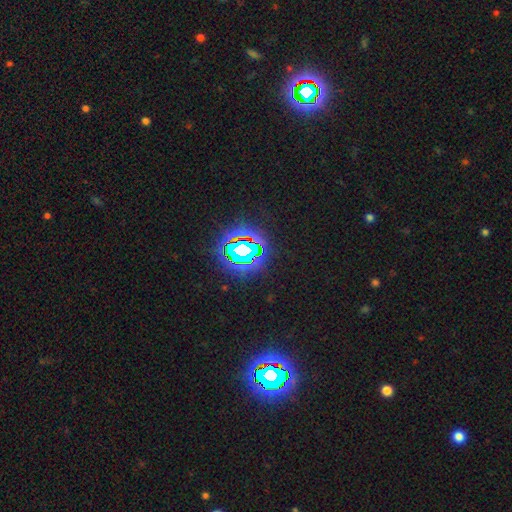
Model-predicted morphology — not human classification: Smooth or featured? star or artifact (83%)